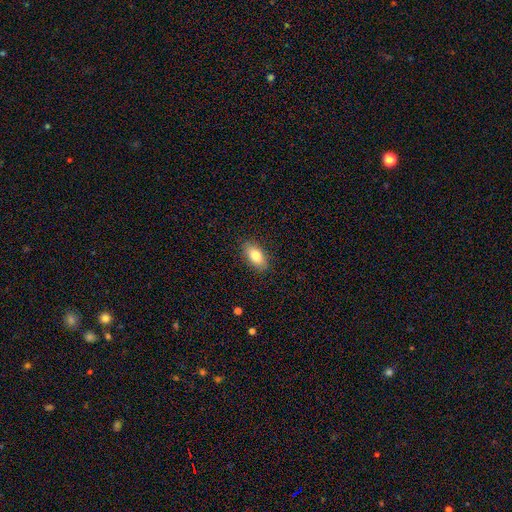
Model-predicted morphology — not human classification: A smooth galaxy with no disk features (81%) that is in between round and cigar-shaped (90%). Merging: none (88%).